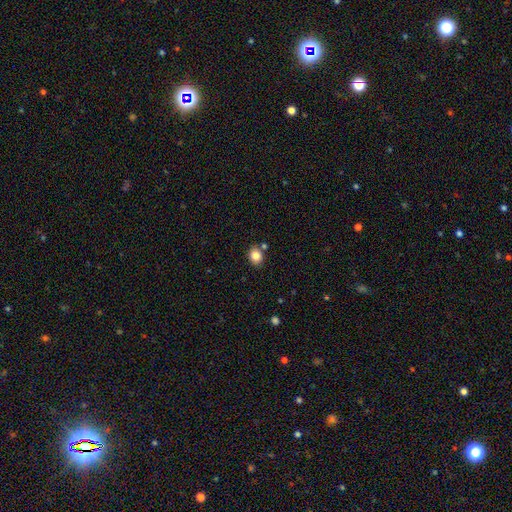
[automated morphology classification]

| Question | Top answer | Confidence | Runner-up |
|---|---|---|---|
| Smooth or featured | smooth | 84% | star or artifact (10%) |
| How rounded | round | 59% | in between (40%) |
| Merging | none | 80% | minor disturbance (10%) |